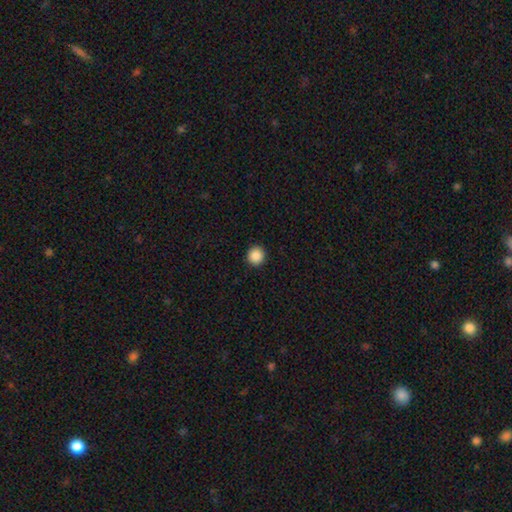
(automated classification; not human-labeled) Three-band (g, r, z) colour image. It shows a smooth galaxy with no disk features (88%) that is round (94%). Merging: none (93%).